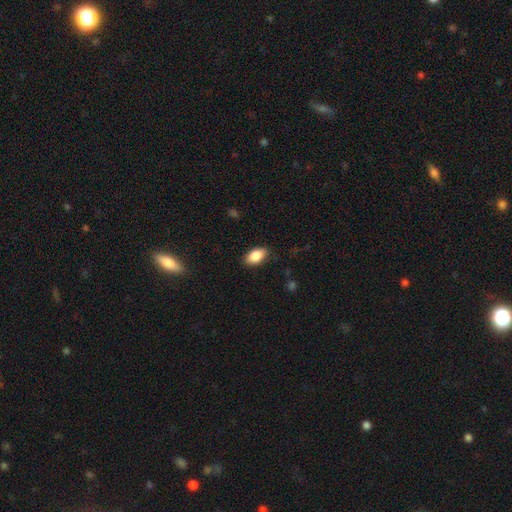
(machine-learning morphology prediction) smooth_or_featured: smooth (p=0.86) [alt: star or artifact p=0.07]
how_rounded: in between (p=0.92) [alt: round p=0.06]
merging: none (p=0.85) [alt: minor disturbance p=0.12]